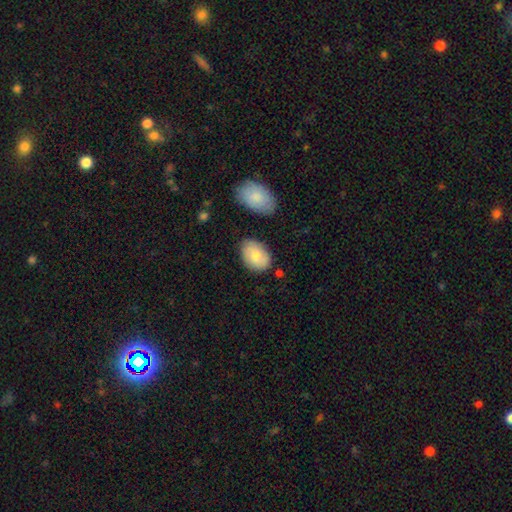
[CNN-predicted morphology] A smooth galaxy with no disk features (78%) that is in between round and cigar-shaped (83%).

Vote fractions:
- Smooth or featured? smooth: 78% / featured or disk: 17% / star or artifact: 6%
- How rounded? in between: 83% / round: 16% / cigar-shaped: 1%
- Merging? none: 76% / minor disturbance: 16% / merger: 4% / major disturbance: 3%